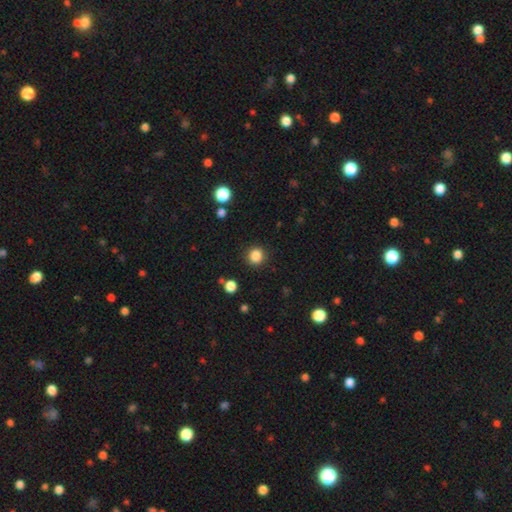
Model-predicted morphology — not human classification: A smooth galaxy with no disk features (86%) that is round (91%). Merging: none (90%).